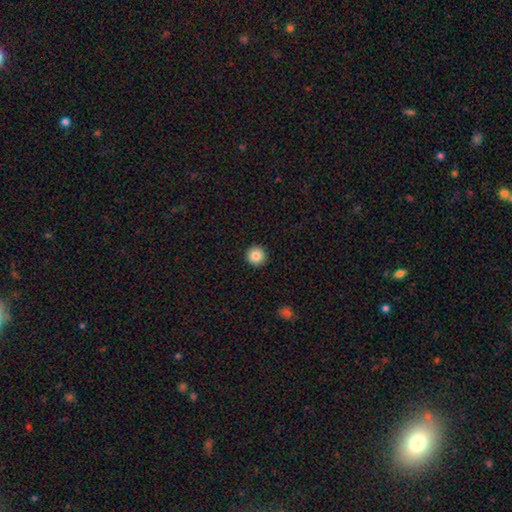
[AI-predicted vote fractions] The model was most divided on "smooth or featured": smooth: 85%, star or artifact: 9%, featured or disk: 6%. More confident: how rounded — round (96%); merging — none (93%).